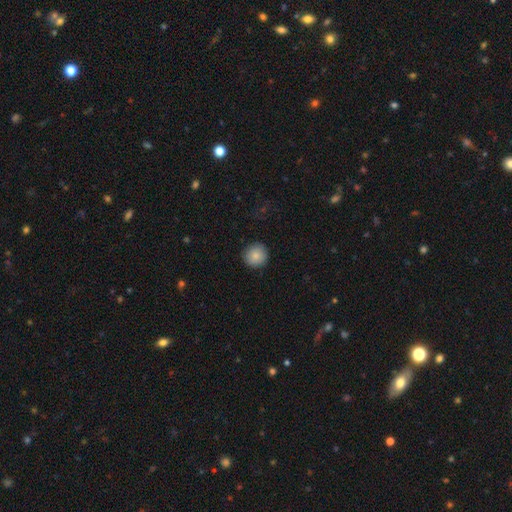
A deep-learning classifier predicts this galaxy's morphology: Smooth or featured?
  - smooth: 85% *
  - star or artifact: 8%
  - featured or disk: 7%
How rounded?
  - round: 93% *
  - in between: 6%
  - cigar-shaped: 1%
Merging?
  - none: 89% *
  - minor disturbance: 8%
  - major disturbance: 2%
  - merger: 1%